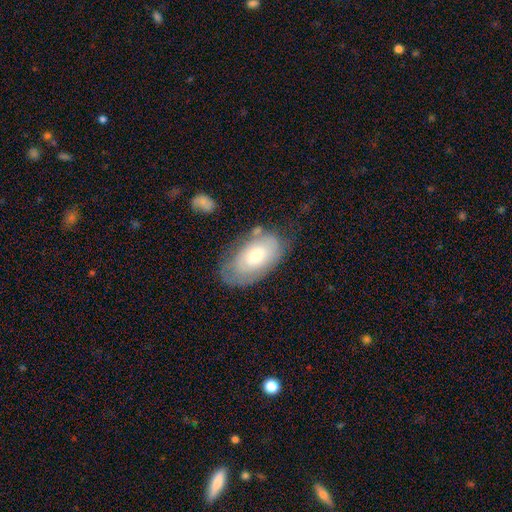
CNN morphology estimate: Q: Smooth or featured?
A: smooth (57%); runner-up: featured or disk (36%)
Q: How rounded?
A: in between (93%); runner-up: round (5%)
Q: Merging?
A: none (59%); runner-up: minor disturbance (26%)